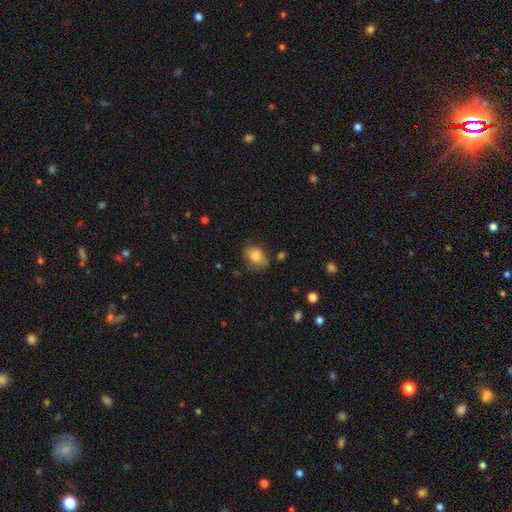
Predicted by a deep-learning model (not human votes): This is likely a smooth galaxy (80%). How rounded: likely in between (77%). Merging: likely none (66%).